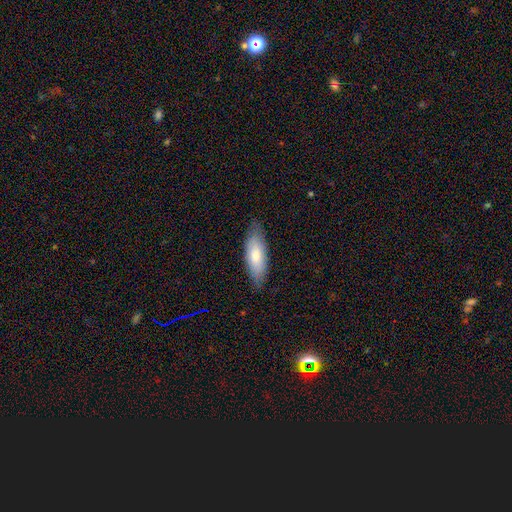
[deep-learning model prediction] The model was most divided on "how rounded": in between: 61%, cigar-shaped: 37%, round: 2%. More confident: merging — none (80%); smooth or featured — smooth (74%).